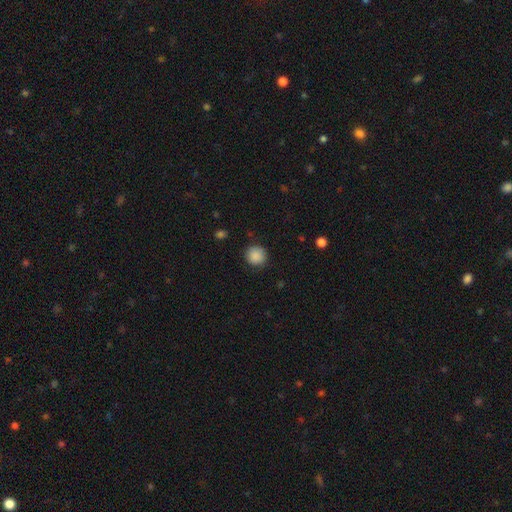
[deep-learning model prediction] Smooth or featured? smooth (88%)
How rounded? round (92%)
Merging? none (86%)